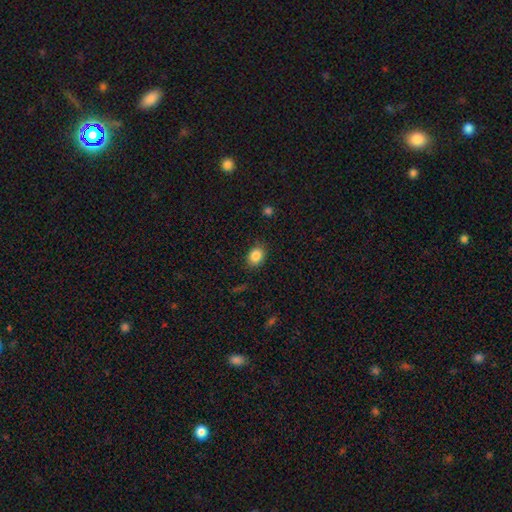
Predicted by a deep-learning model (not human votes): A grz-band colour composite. It shows a smooth galaxy with no disk features (85%) that is in between round and cigar-shaped (56%). Merging: none (85%).